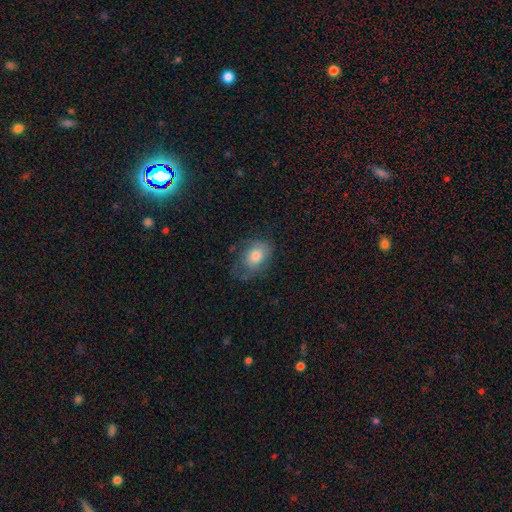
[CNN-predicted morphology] This is likely a smooth galaxy (71%). How rounded: likely in between (75%). Merging: possibly none (51%).